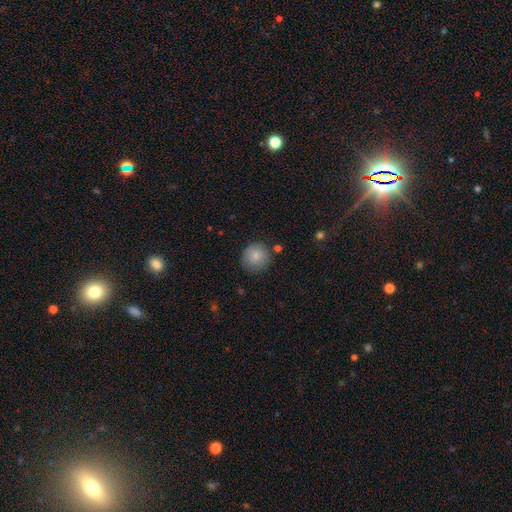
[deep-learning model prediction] A smooth galaxy with no disk features (83%) that is round (93%).

Vote fractions:
- Smooth or featured? smooth: 83% / featured or disk: 8% / star or artifact: 8%
- How rounded? round: 93% / in between: 6% / cigar-shaped: 1%
- Merging? none: 84% / minor disturbance: 10% / major disturbance: 3% / merger: 2%